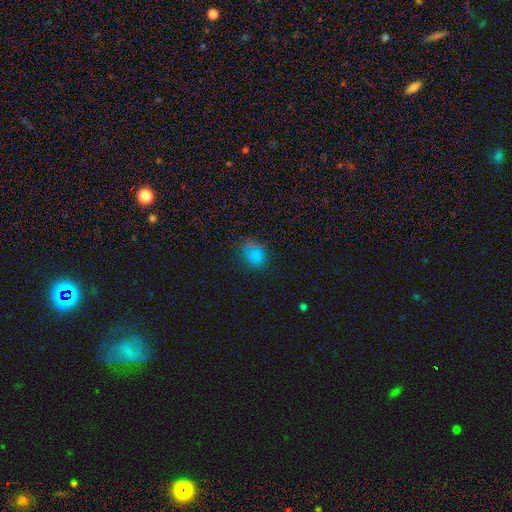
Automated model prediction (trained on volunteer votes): A smooth galaxy with no disk features (74%) that is round (54%).

Vote fractions:
- Smooth or featured? smooth: 74% / star or artifact: 20% / featured or disk: 6%
- How rounded? round: 54% / in between: 44% / cigar-shaped: 2%
- Merging? none: 67% / minor disturbance: 21% / major disturbance: 8% / merger: 4%